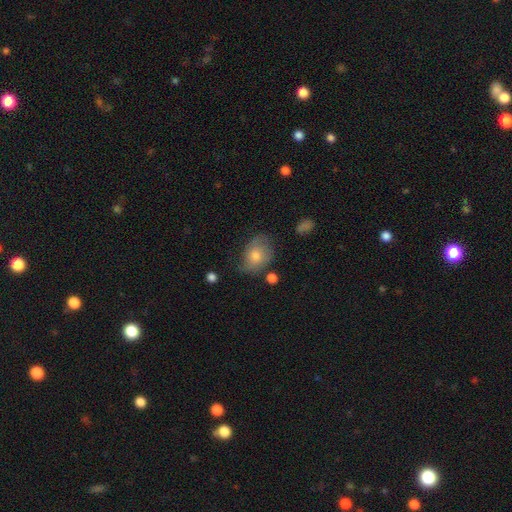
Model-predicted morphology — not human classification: Smooth or featured? smooth (60%)
How rounded? in between (63%)
Merging? none (54%)